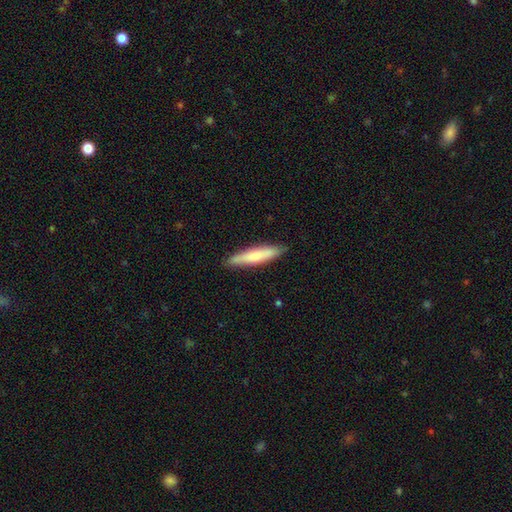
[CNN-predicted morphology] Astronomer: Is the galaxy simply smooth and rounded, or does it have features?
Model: smooth — 72%.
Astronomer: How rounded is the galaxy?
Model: cigar-shaped — 87%.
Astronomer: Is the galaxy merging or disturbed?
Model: none — 88%.